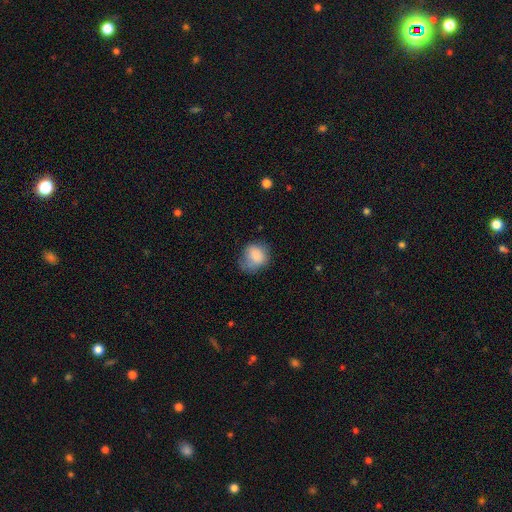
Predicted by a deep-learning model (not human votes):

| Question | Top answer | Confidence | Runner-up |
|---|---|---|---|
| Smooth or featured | smooth | 82% | featured or disk (10%) |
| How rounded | round | 58% | in between (41%) |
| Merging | none | 48% | minor disturbance (34%) |